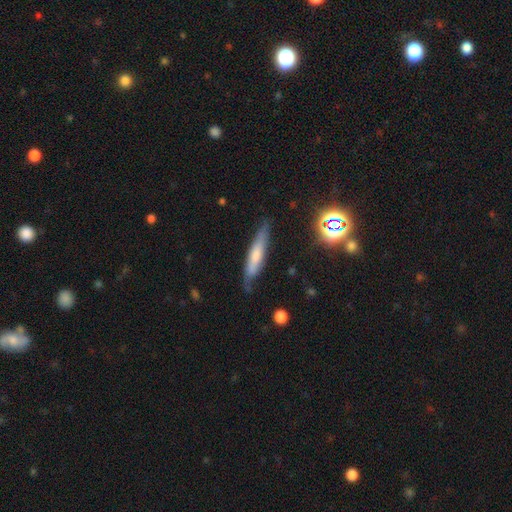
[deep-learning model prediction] Smooth or featured: smooth — 55% (featured or disk — 35%)
How rounded: cigar-shaped — 85% (in between — 14%)
Merging: none — 69% (minor disturbance — 23%)